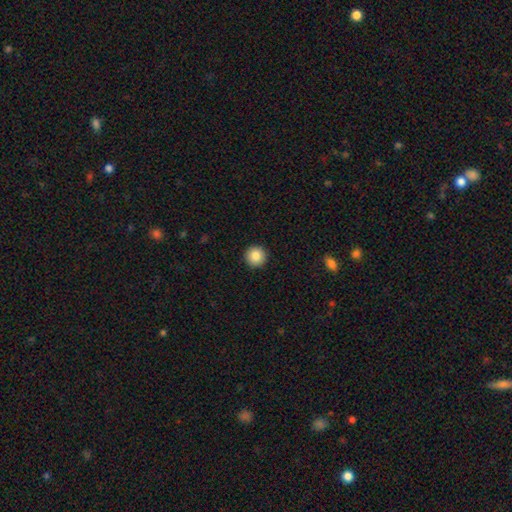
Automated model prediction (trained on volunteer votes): Morphology: type=smooth (86%); roundness=round (96%); merging=none (93%).